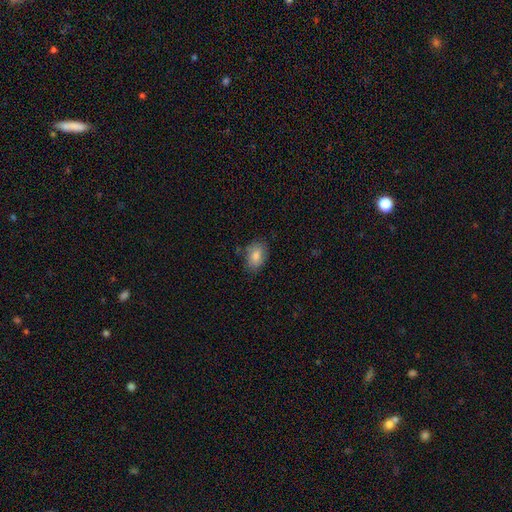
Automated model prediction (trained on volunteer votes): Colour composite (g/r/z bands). It shows a smooth galaxy with no disk features (83%) that is in between round and cigar-shaped (83%). Merging: none (78%).